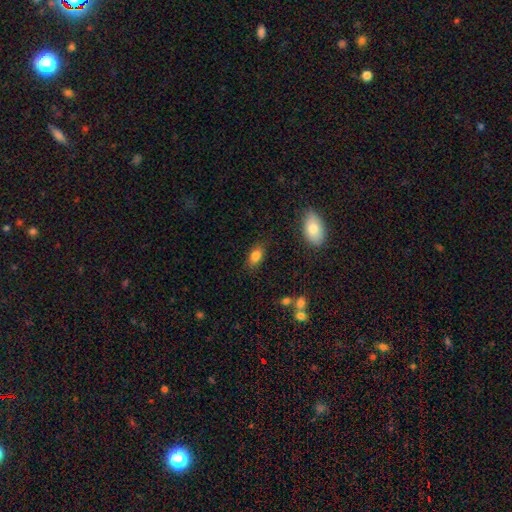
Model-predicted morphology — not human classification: type=smooth (83%); roundness=in between (88%); merging=none (81%).